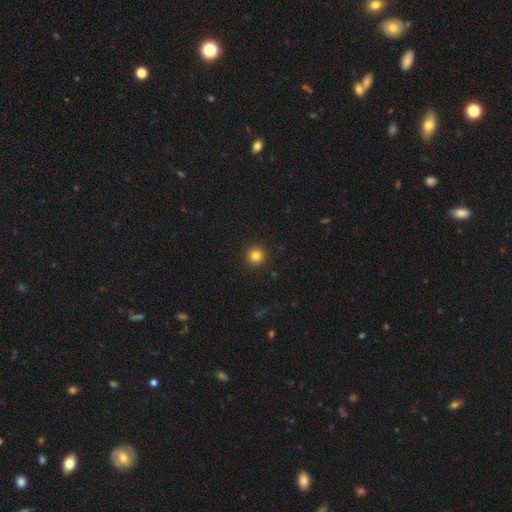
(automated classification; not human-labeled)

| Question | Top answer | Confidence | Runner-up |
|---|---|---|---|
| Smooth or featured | smooth | 83% | star or artifact (12%) |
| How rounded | round | 95% | in between (4%) |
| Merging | none | 93% | minor disturbance (5%) |